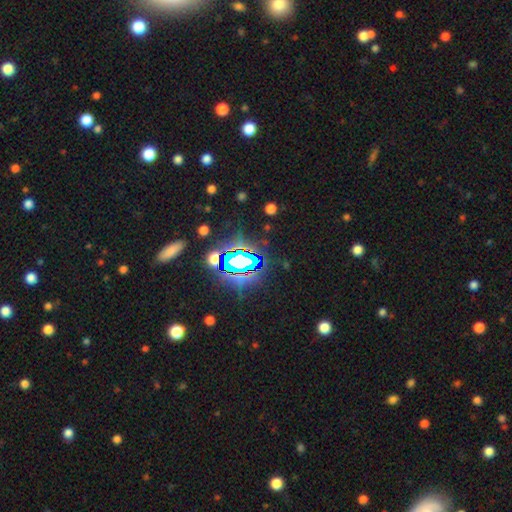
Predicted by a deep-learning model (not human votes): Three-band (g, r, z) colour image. It shows a star or artifact, not a galaxy (78%).